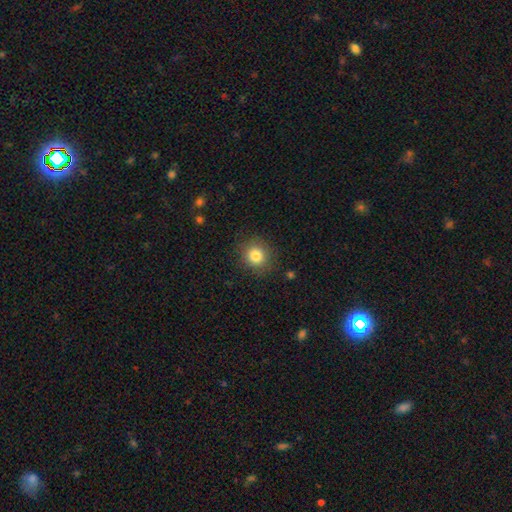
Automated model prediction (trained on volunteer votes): A smooth galaxy with no disk features (83%) that is round (85%). Merging: none (87%).